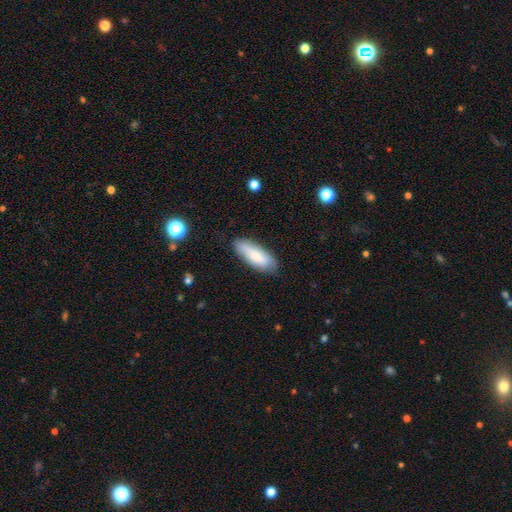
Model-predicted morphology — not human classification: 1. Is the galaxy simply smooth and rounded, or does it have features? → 80% smooth, 14% featured or disk, 6% star or artifact.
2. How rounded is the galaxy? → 63% in between, 35% cigar-shaped, 2% round.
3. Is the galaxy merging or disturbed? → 79% none, 16% minor disturbance, 3% major disturbance, 1% merger.